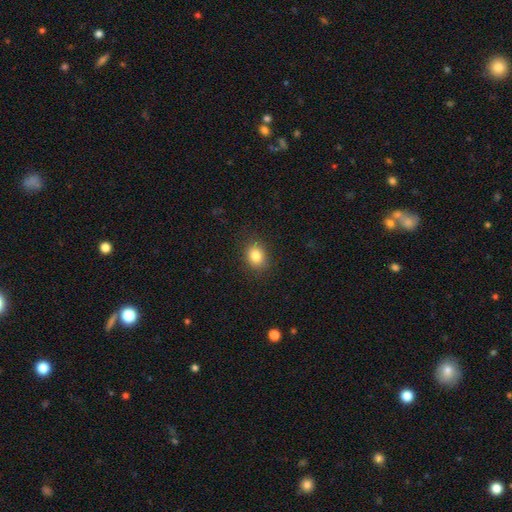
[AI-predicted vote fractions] smooth_or_featured: smooth (p=0.83) [alt: star or artifact p=0.10]
how_rounded: round (p=0.52) [alt: in between p=0.47]
merging: none (p=0.87) [alt: minor disturbance p=0.09]